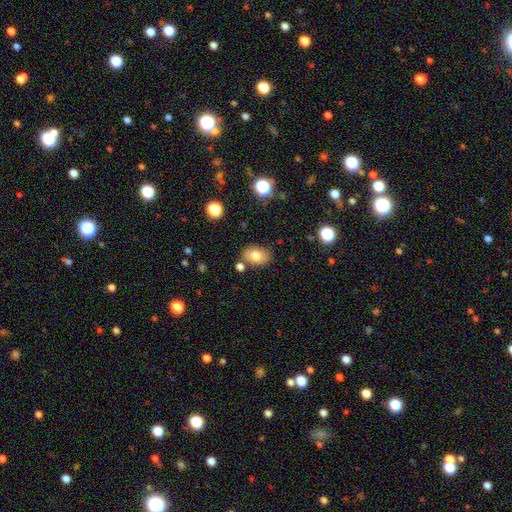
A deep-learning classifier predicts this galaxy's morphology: A smooth galaxy with no disk features (78%) that is in between round and cigar-shaped (80%).

Vote fractions:
- Smooth or featured? smooth: 78% / featured or disk: 13% / star or artifact: 10%
- How rounded? in between: 80% / round: 19% / cigar-shaped: 1%
- Merging? none: 77% / minor disturbance: 13% / merger: 7% / major disturbance: 3%